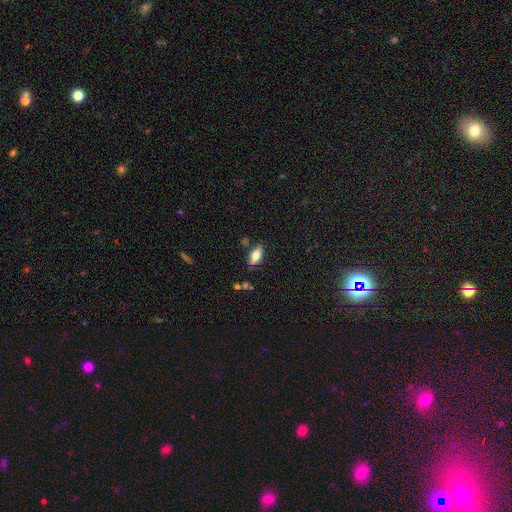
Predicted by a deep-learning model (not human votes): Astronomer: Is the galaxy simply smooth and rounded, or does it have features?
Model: smooth — 70%.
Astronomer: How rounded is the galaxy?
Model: in between — 79%.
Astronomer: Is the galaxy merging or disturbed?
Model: none — 80%.